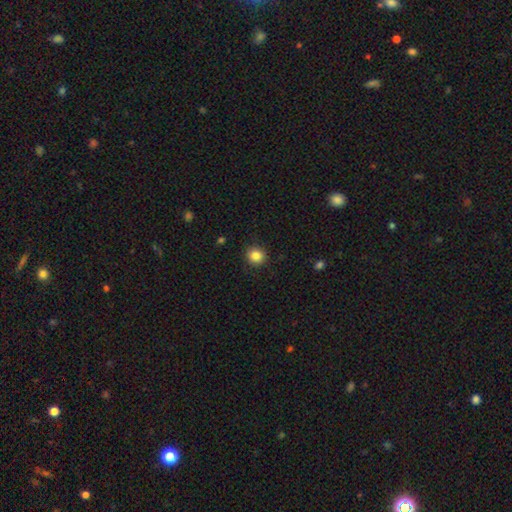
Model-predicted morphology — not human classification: Overall: smooth (85%). How rounded: round (89%). Merging: none (91%).